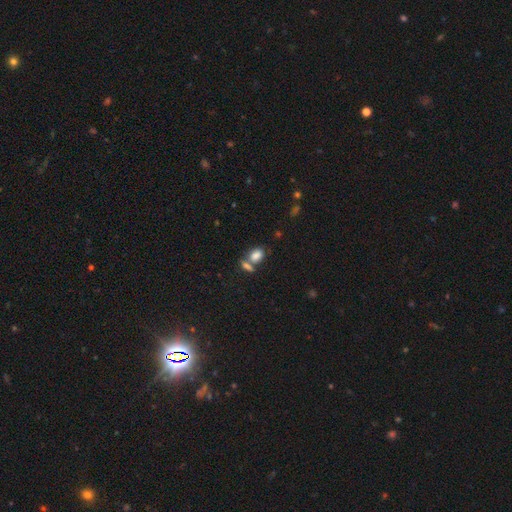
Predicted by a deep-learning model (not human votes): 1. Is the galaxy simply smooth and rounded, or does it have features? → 82% smooth, 10% star or artifact, 8% featured or disk.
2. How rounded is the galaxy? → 80% in between, 17% round, 3% cigar-shaped.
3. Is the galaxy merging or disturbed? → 43% none, 42% merger, 10% minor disturbance, 4% major disturbance.